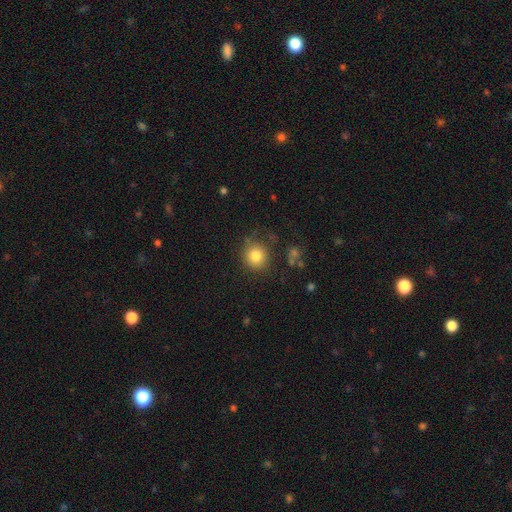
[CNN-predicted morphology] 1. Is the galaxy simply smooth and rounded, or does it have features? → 81% smooth, 11% star or artifact, 8% featured or disk.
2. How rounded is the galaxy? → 90% round, 9% in between, 1% cigar-shaped.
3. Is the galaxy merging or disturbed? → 80% none, 12% minor disturbance, 5% major disturbance, 3% merger.